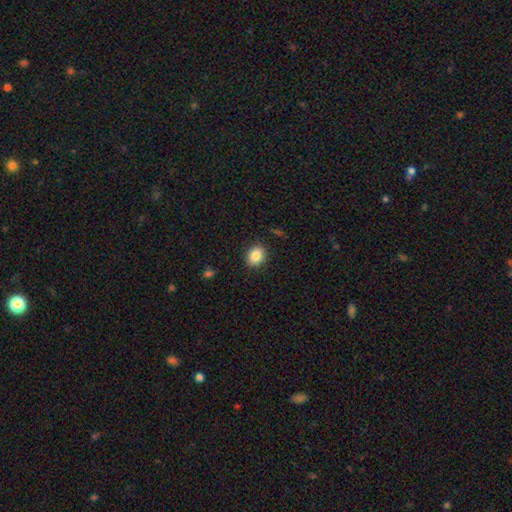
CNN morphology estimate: Smooth or featured? smooth (85%)
How rounded? round (54%)
Merging? none (88%)